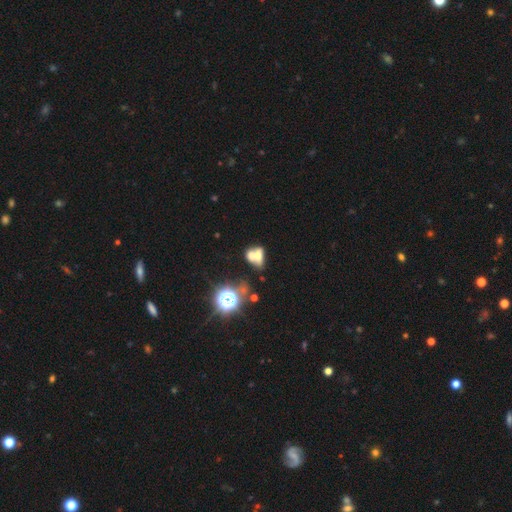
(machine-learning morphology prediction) The model was most divided on "smooth or featured": smooth: 47%, featured or disk: 35%, star or artifact: 18%. More confident: merging — merger (61%).